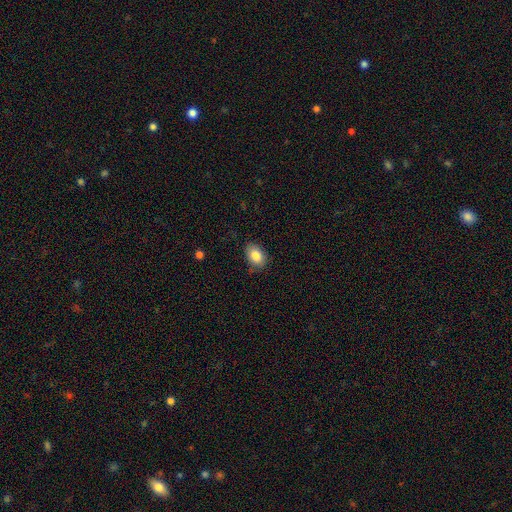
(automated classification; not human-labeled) This appears to be a smooth galaxy with no disk features (85%) that is in between round and cigar-shaped (84%). Merging: none (79%).